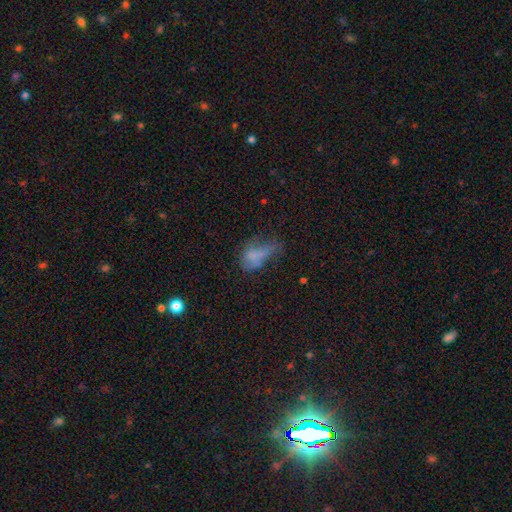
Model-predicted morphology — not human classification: type=smooth (59%); roundness=in between (83%); merging=major disturbance (38%).